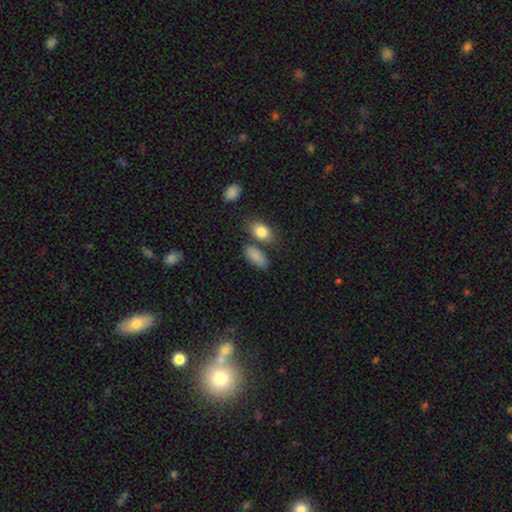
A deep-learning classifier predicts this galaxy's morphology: smooth_or_featured: smooth (p=0.85) [alt: star or artifact p=0.08]
how_rounded: in between (p=0.88) [alt: cigar-shaped p=0.07]
merging: none (p=0.66) [alt: minor disturbance p=0.15]